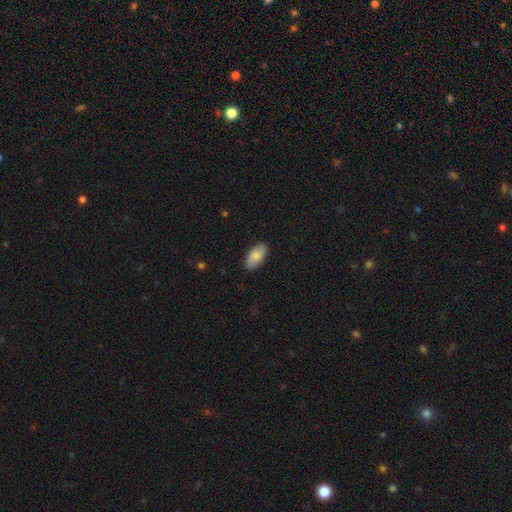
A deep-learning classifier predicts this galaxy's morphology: Smooth or featured? smooth (84%)
How rounded? in between (94%)
Merging? none (87%)